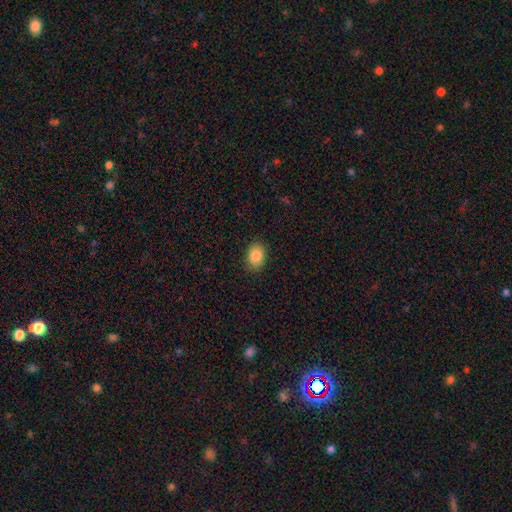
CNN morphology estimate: smooth-or-featured: smooth: 86% | star or artifact: 8% | featured or disk: 5%
  how-rounded: in between: 71% | round: 28% | cigar-shaped: 1%
  merging: none: 88% | minor disturbance: 9% | major disturbance: 2% | merger: 1%